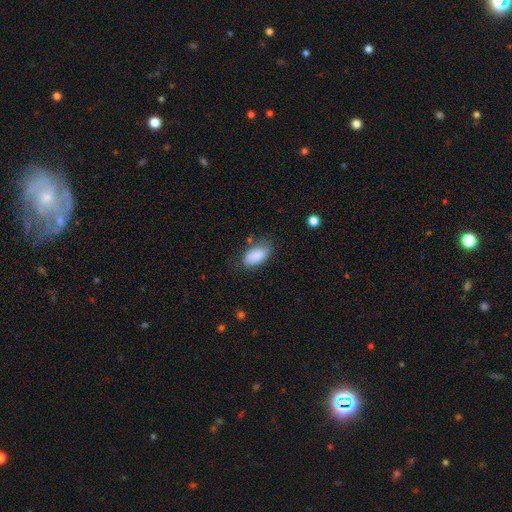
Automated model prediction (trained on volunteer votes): smooth-or-featured: smooth: 87% | star or artifact: 7% | featured or disk: 6%
  how-rounded: in between: 94% | round: 4% | cigar-shaped: 2%
  merging: none: 67% | minor disturbance: 24% | major disturbance: 6% | merger: 3%